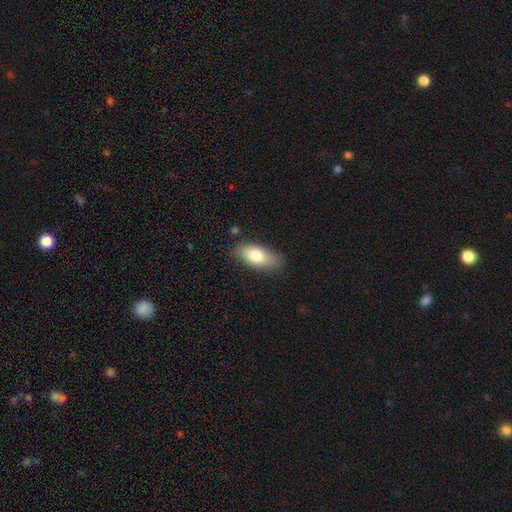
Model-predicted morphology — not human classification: A smooth galaxy with no disk features (75%) that is in between round and cigar-shaped (84%). Merging: none (82%).